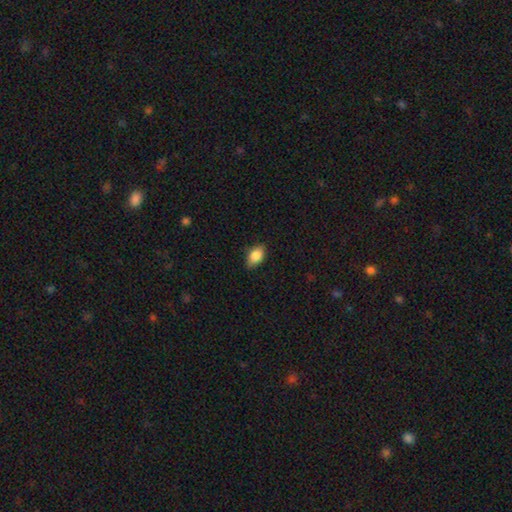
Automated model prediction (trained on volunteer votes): This appears to be a smooth galaxy with no disk features (85%) that is in between round and cigar-shaped (87%). Merging: none (81%).